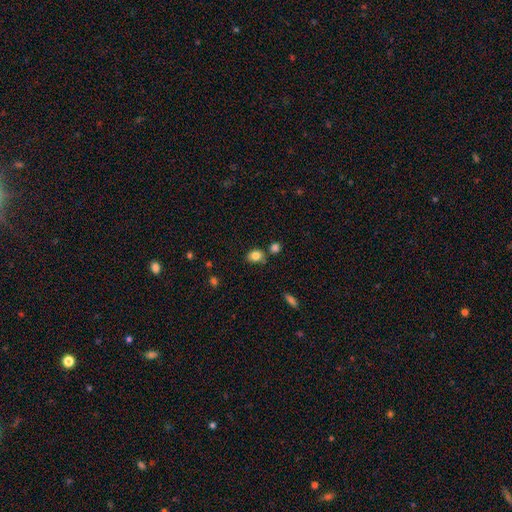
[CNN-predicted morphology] A smooth galaxy with no disk features (83%) that is in between round and cigar-shaped (59%). Merging: none (68%).